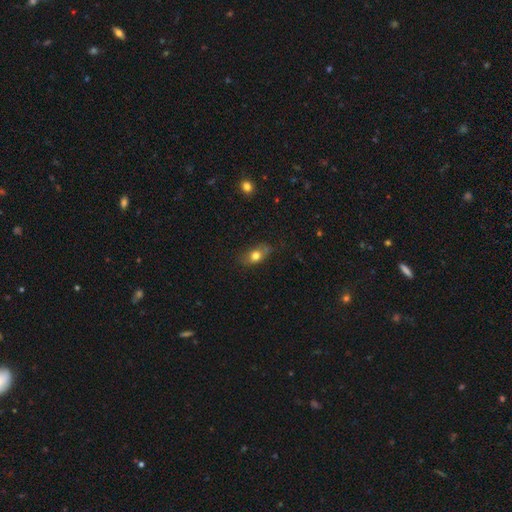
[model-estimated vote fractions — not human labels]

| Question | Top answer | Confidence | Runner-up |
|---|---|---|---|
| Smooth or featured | smooth | 73% | featured or disk (18%) |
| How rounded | in between | 74% | round (20%) |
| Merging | none | 67% | minor disturbance (24%) |